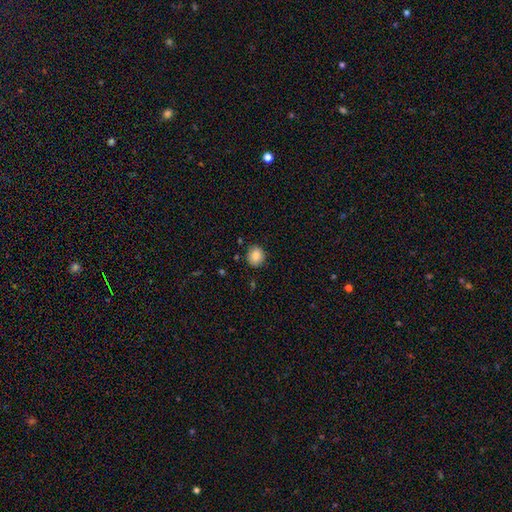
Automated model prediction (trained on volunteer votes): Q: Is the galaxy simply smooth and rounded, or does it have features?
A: smooth — 85%.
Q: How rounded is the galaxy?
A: round — 80%.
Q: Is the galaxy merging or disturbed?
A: none — 87%.